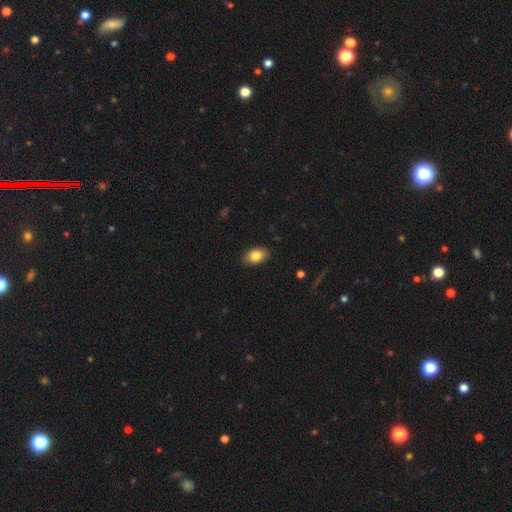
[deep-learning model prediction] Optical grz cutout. It shows a smooth galaxy with no disk features (83%) that is in between round and cigar-shaped (88%). Merging: none (88%).